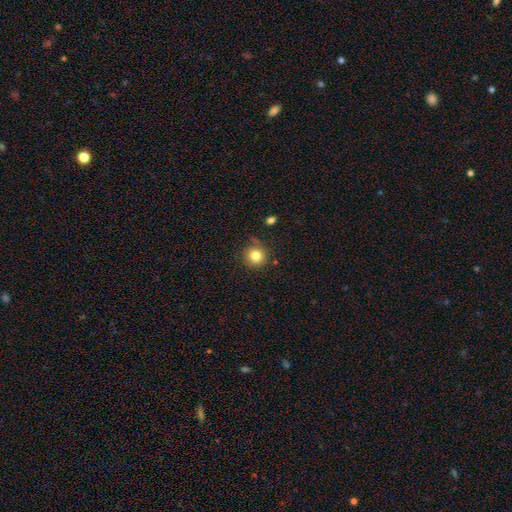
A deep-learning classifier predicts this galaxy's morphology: Smooth or featured: smooth — 82% (star or artifact — 12%)
How rounded: round — 93% (in between — 6%)
Merging: none — 80% (minor disturbance — 13%)